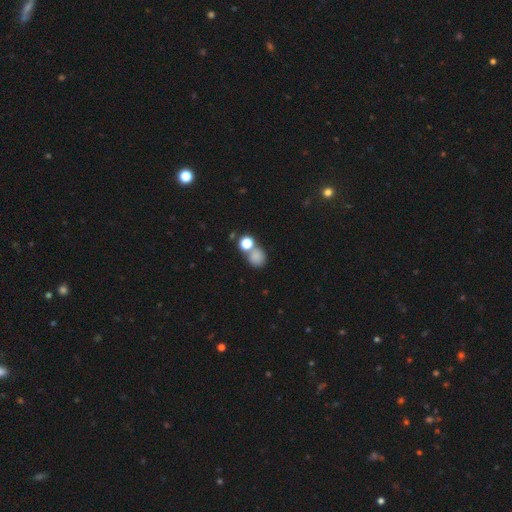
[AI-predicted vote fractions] Overall: smooth (79%). How rounded: round (80%). Merging: none (52%; merger 32%).